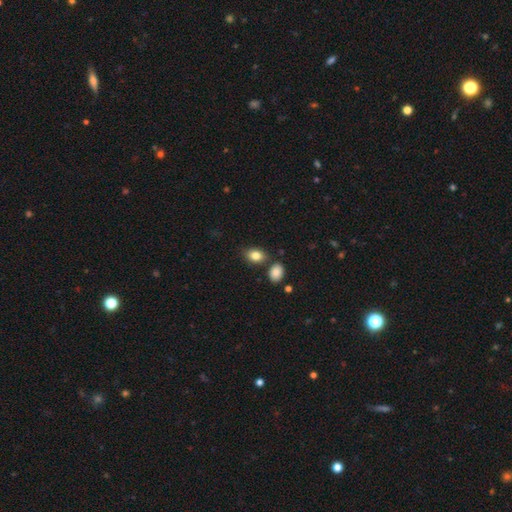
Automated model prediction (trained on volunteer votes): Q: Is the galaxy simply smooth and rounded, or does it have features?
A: smooth — 84%.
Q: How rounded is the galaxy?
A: in between — 81%.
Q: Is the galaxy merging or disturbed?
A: none — 72%.